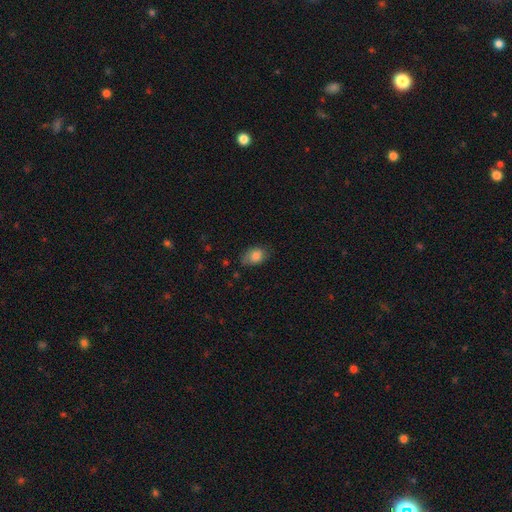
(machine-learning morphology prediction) A smooth galaxy with no disk features (80%) that is in between round and cigar-shaped (82%).

Vote fractions:
- Smooth or featured? smooth: 80% / featured or disk: 11% / star or artifact: 8%
- How rounded? in between: 82% / round: 17% / cigar-shaped: 1%
- Merging? none: 67% / minor disturbance: 26% / major disturbance: 6% / merger: 2%